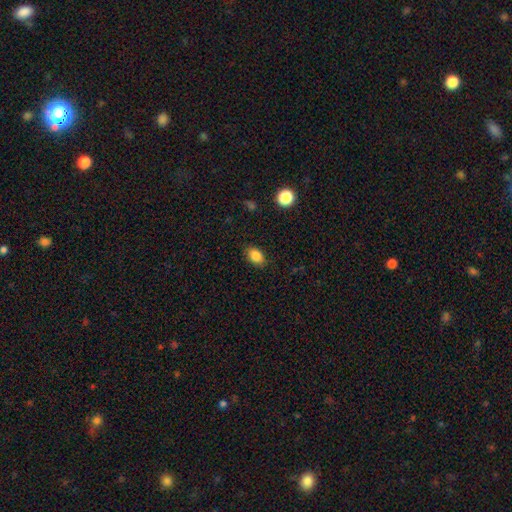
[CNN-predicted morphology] A smooth galaxy with no disk features (85%) that is in between round and cigar-shaped (81%). Merging: none (86%).